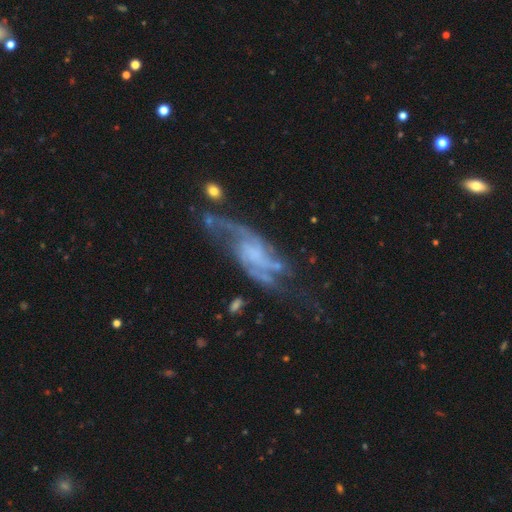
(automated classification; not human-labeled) Morphology: type=featured or disk (83%); edge-on=no (89%); bar=no (52%); spiral arms=yes (92%); winding=loose (44%); arm count=2 (64%); bulge=none (48%); merging=none (49%).